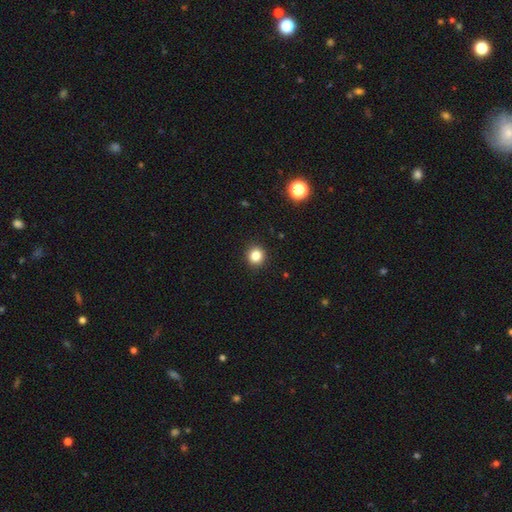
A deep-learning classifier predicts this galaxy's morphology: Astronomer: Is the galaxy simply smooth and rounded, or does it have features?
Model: smooth — 83%.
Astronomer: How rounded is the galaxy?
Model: round — 90%.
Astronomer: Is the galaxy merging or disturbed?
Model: none — 92%.